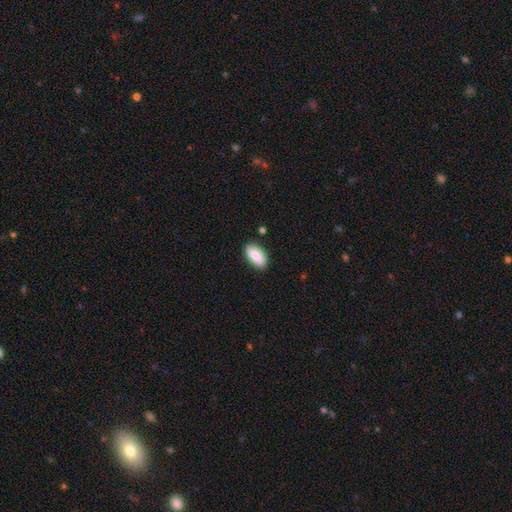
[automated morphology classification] The model was most divided on "smooth or featured": smooth: 82%, featured or disk: 12%, star or artifact: 6%. More confident: how rounded — in between (90%); merging — none (85%).